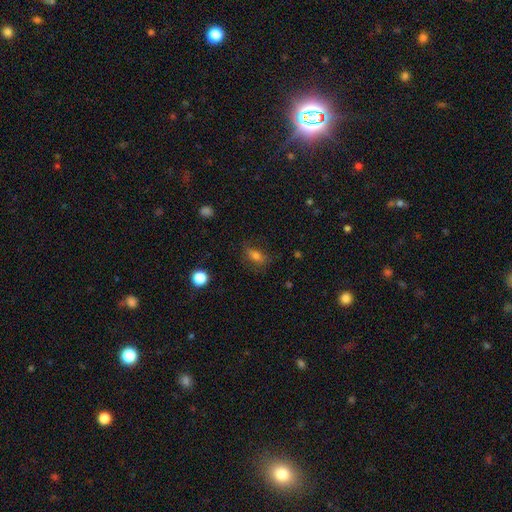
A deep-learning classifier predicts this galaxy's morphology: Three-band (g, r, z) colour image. It shows a smooth galaxy with no disk features (70%) that is in between round and cigar-shaped (74%). Merging: none (65%).